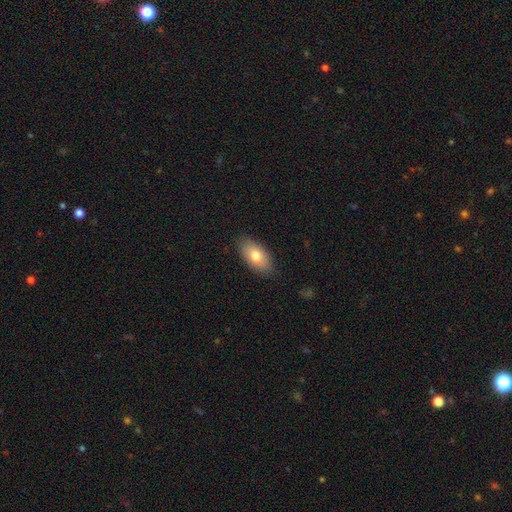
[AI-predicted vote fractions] This is likely a smooth galaxy (77%). How rounded: clearly in between (92%). Merging: clearly none (85%).